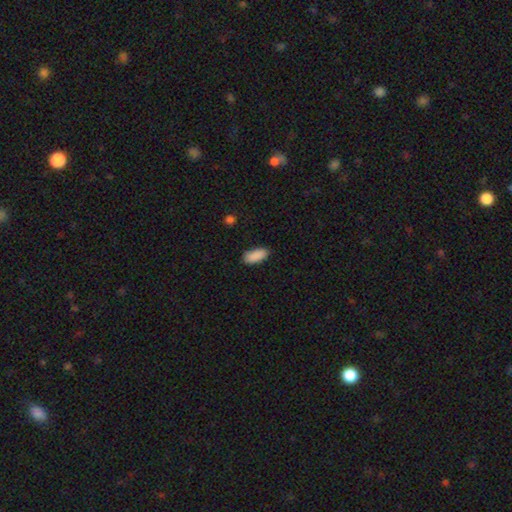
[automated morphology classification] Smooth or featured? Predicted: smooth (p=0.90). How rounded? Predicted: in between (p=0.86). Merging? Predicted: none (p=0.84).